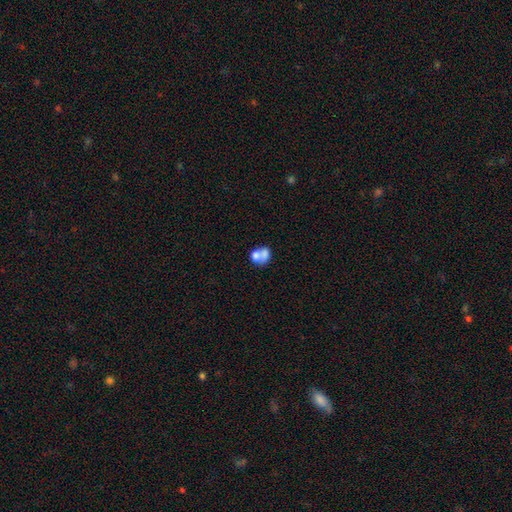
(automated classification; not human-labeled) smooth_or_featured: smooth (p=0.66) [alt: featured or disk p=0.25]
how_rounded: round (p=0.50) [alt: in between p=0.49]
merging: merger (p=0.63) [alt: none p=0.23]